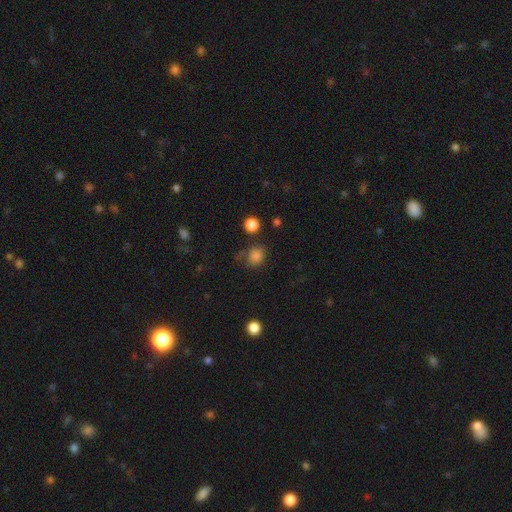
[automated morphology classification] A smooth galaxy with no disk features (82%) that is round (77%).

Vote fractions:
- Smooth or featured? smooth: 82% / star or artifact: 14% / featured or disk: 4%
- How rounded? round: 77% / in between: 22% / cigar-shaped: 1%
- Merging? none: 71% / minor disturbance: 17% / major disturbance: 7% / merger: 6%